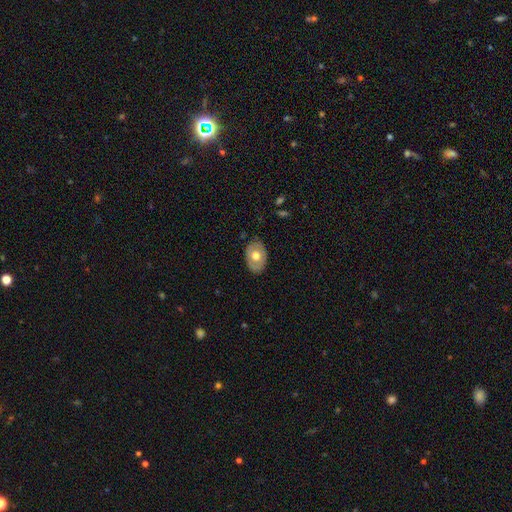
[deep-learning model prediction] smooth_or_featured: smooth (p=0.56) [alt: featured or disk p=0.38]
how_rounded: in between (p=0.79) [alt: round p=0.20]
merging: none (p=0.82) [alt: minor disturbance p=0.14]